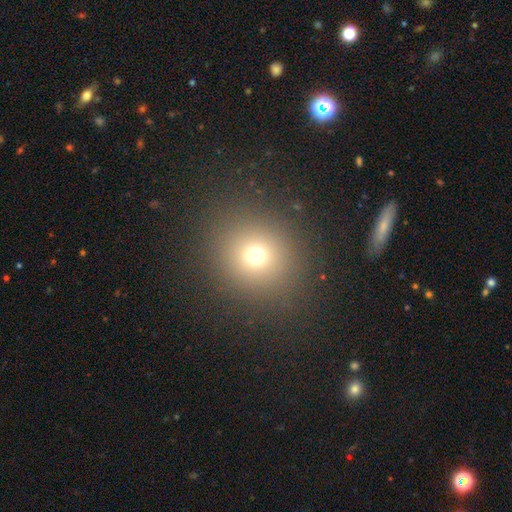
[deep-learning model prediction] Smooth or featured?
  - smooth: 70% *
  - star or artifact: 21%
  - featured or disk: 9%
How rounded?
  - round: 88% *
  - in between: 11%
  - cigar-shaped: 1%
Merging?
  - none: 88% *
  - minor disturbance: 7%
  - major disturbance: 4%
  - merger: 2%